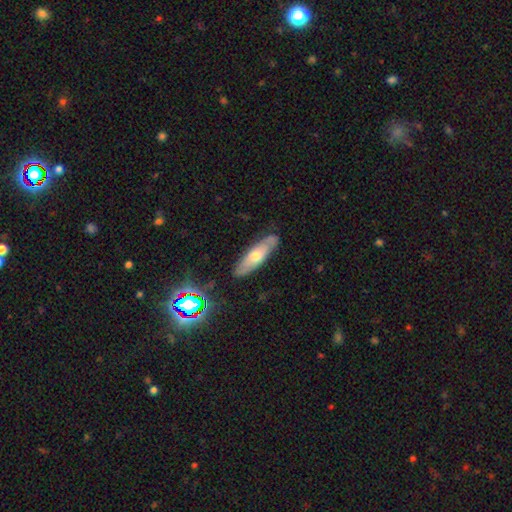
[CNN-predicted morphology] A featured or disk galaxy (50%). Merging: none (81%).